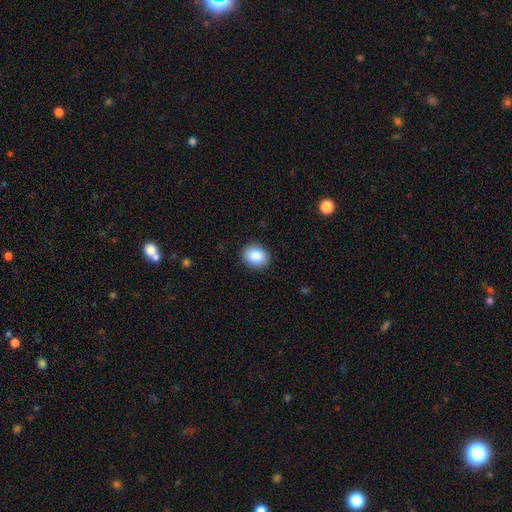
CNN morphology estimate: This is clearly a smooth galaxy (87%). How rounded: possibly round (57%). Merging: clearly none (89%).